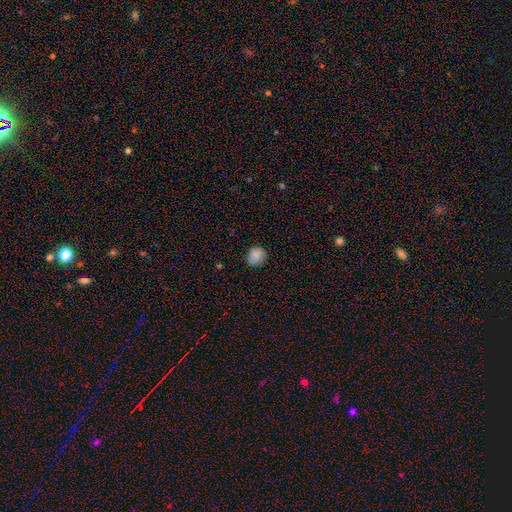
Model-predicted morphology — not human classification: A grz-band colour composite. It shows a smooth galaxy with no disk features (86%) that is round (64%). Merging: none (76%).